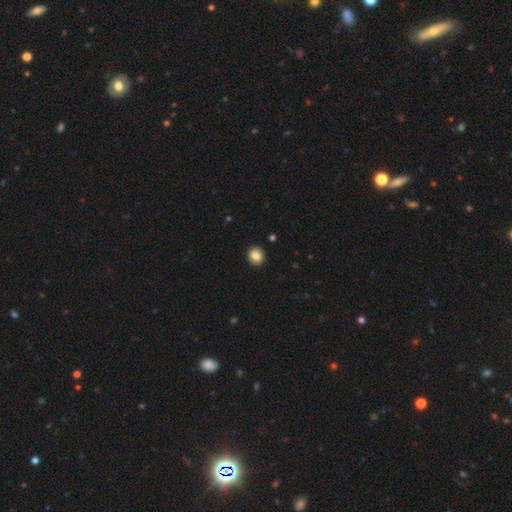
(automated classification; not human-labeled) smooth-or-featured: smooth: 85% | star or artifact: 9% | featured or disk: 6%
  how-rounded: round: 87% | in between: 12% | cigar-shaped: 1%
  merging: none: 93% | minor disturbance: 5% | major disturbance: 1% | merger: 1%